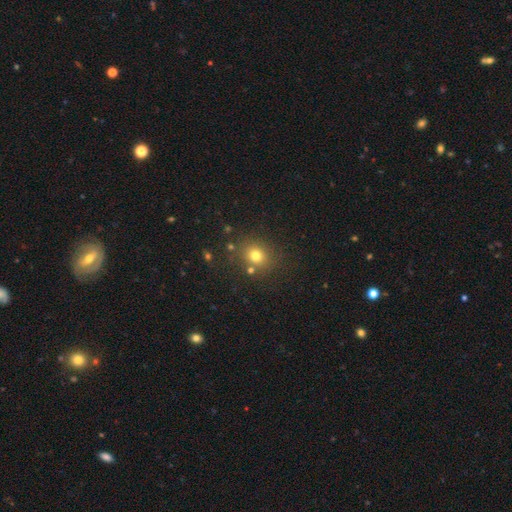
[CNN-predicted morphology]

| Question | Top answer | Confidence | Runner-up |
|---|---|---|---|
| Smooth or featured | smooth | 75% | star or artifact (17%) |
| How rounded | round | 78% | in between (22%) |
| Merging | none | 80% | minor disturbance (10%) |